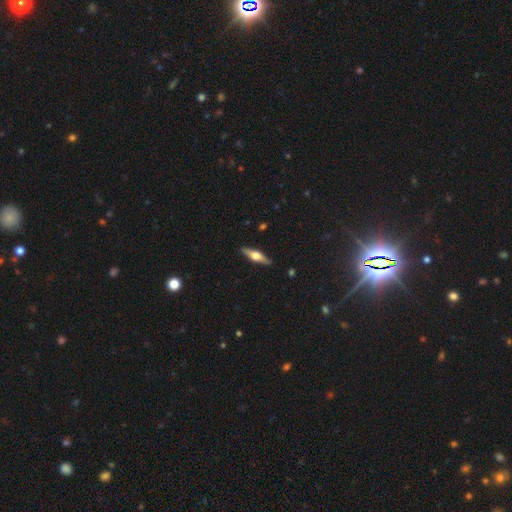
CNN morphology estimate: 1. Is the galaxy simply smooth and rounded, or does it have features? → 64% featured or disk, 31% smooth, 6% star or artifact.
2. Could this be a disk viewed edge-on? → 95% yes, 5% no.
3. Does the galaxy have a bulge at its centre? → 93% rounded, 5% boxy, 2% none.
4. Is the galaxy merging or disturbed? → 89% none, 8% minor disturbance, 2% major disturbance, 1% merger.